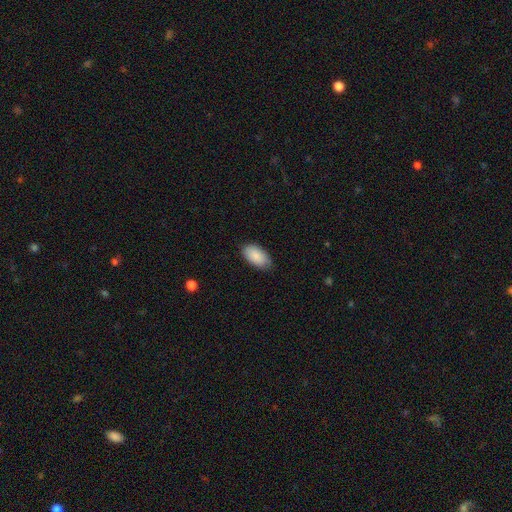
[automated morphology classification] type=smooth (88%); roundness=in between (95%); merging=none (79%).